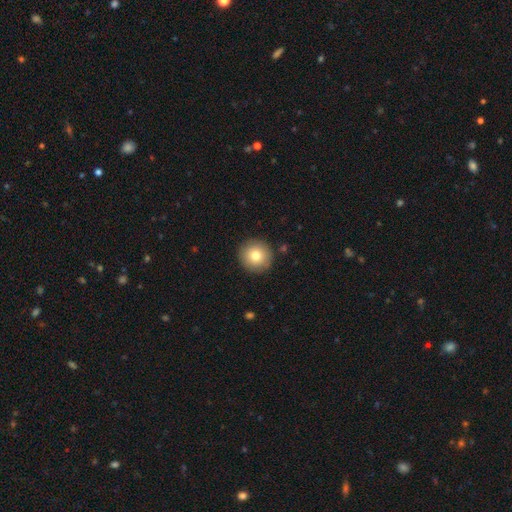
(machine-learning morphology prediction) Q: Smooth or featured?
A: smooth (79%); runner-up: featured or disk (12%)
Q: How rounded?
A: round (95%); runner-up: in between (4%)
Q: Merging?
A: none (90%); runner-up: minor disturbance (7%)